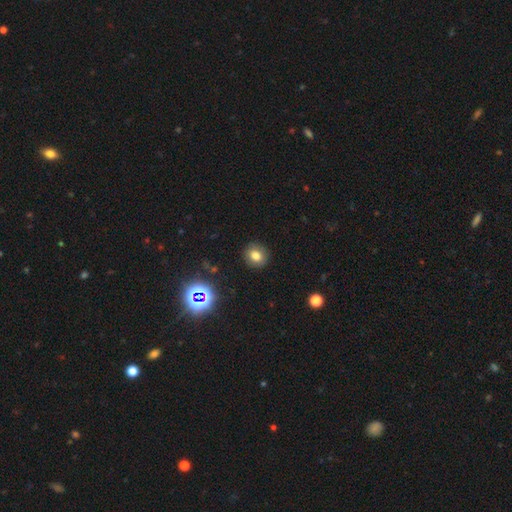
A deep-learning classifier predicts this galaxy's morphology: Q: Smooth or featured?
A: smooth (75%); runner-up: star or artifact (15%)
Q: How rounded?
A: round (76%); runner-up: in between (23%)
Q: Merging?
A: none (89%); runner-up: minor disturbance (7%)